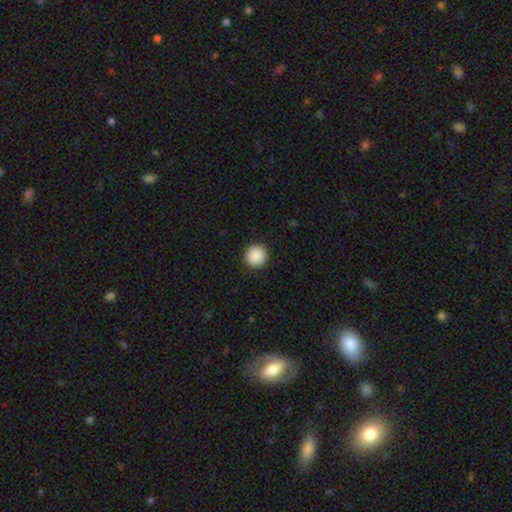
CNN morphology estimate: Smooth or featured? Predicted: smooth (p=0.89). How rounded? Predicted: round (p=0.95). Merging? Predicted: none (p=0.92).